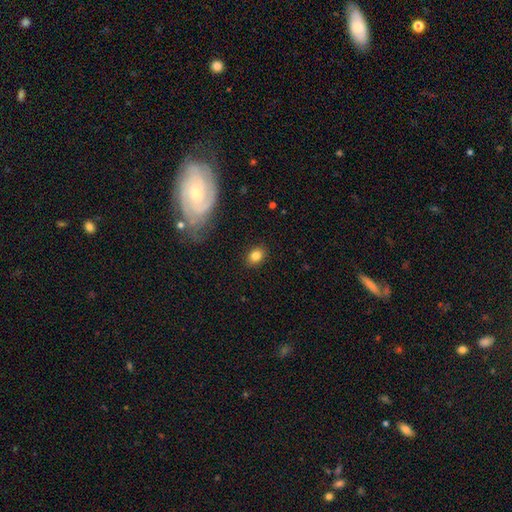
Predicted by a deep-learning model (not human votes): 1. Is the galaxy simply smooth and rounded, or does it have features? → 82% smooth, 10% star or artifact, 8% featured or disk.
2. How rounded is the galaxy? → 64% in between, 35% round, 1% cigar-shaped.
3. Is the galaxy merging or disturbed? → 87% none, 9% minor disturbance, 3% major disturbance, 1% merger.